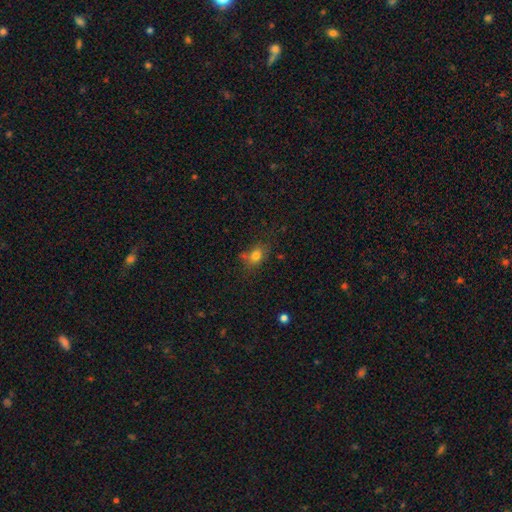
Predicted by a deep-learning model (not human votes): Smooth or featured? Predicted: smooth (p=0.78). How rounded? Predicted: in between (p=0.57). Merging? Predicted: none (p=0.69).